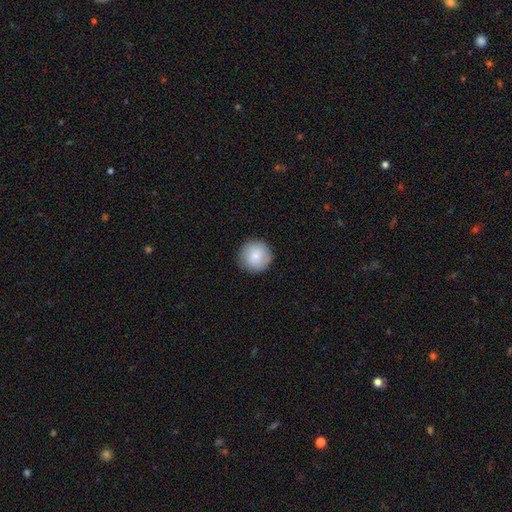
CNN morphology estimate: Overall: smooth (81%). How rounded: round (95%). Merging: none (88%).